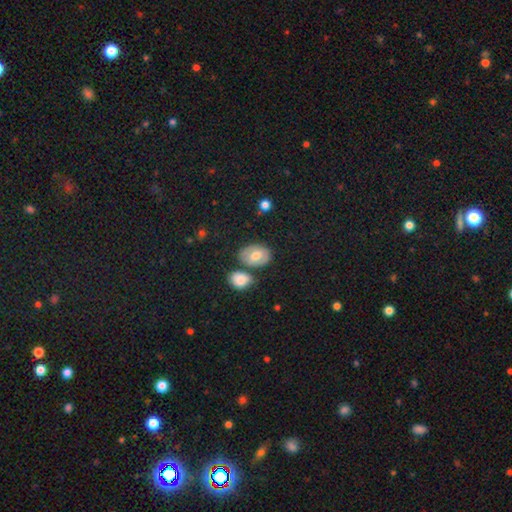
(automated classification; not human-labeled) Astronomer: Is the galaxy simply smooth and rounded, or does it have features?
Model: smooth — 62%.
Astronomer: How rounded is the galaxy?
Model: in between — 78%.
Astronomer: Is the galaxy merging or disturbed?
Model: none — 63%.